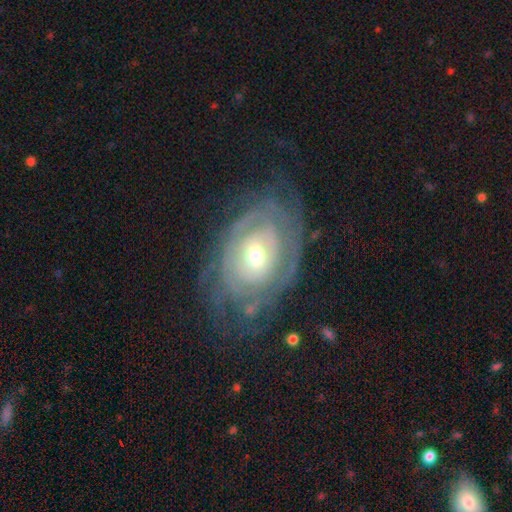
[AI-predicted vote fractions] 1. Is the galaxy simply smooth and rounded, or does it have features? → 78% featured or disk, 16% smooth, 6% star or artifact.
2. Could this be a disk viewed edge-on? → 95% no, 5% yes.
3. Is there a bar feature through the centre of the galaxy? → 65% no, 26% weak, 9% strong.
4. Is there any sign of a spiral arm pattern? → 76% yes, 24% no.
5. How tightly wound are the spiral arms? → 71% tight, 19% medium, 10% loose.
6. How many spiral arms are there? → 53% can't tell, 20% 2, 9% 3, 6% 1, 6% 4, 6% more than 4.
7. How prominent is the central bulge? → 64% moderate, 27% small, 6% large, 1% dominant, 1% none.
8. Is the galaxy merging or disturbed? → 63% none, 21% minor disturbance, 15% major disturbance, 2% merger.